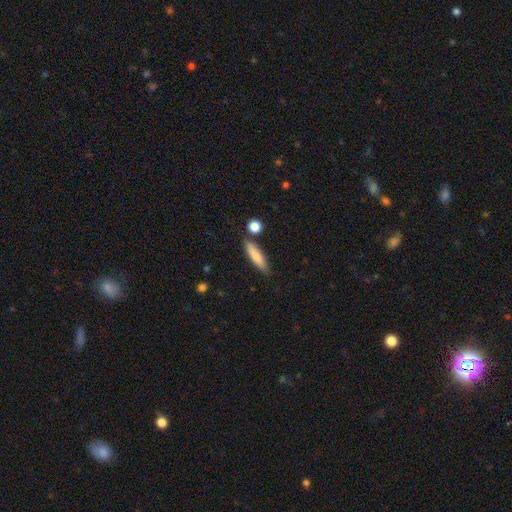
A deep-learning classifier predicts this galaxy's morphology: type=smooth (79%); roundness=cigar-shaped (75%); merging=none (80%).